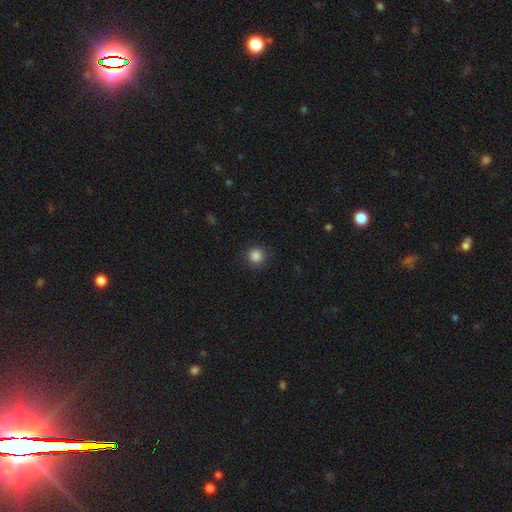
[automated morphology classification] smooth-or-featured: smooth: 86% | star or artifact: 11% | featured or disk: 3%
  how-rounded: round: 93% | in between: 6% | cigar-shaped: 1%
  merging: none: 89% | minor disturbance: 8% | major disturbance: 3% | merger: 1%